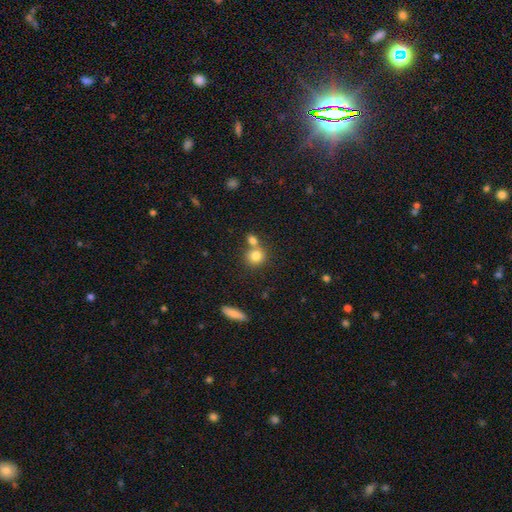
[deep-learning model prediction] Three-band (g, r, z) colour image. It shows a smooth galaxy with no disk features (80%) that is round (82%). Merging: none (52%).